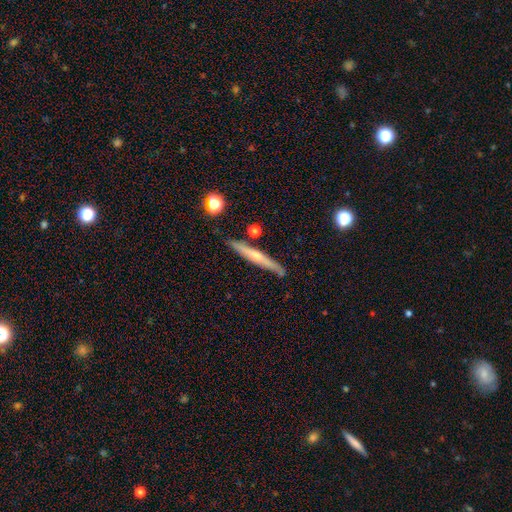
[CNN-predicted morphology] Smooth or featured: featured or disk — 50% (smooth — 43%)
Edge-on disk: yes — 95% (no — 5%)
Merging: none — 84% (minor disturbance — 10%)